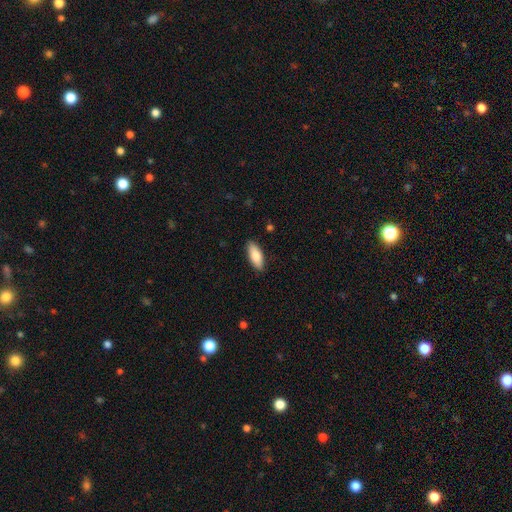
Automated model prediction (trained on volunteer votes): Q: Smooth or featured?
A: smooth (86%); runner-up: featured or disk (9%)
Q: How rounded?
A: in between (78%); runner-up: cigar-shaped (20%)
Q: Merging?
A: none (87%); runner-up: minor disturbance (10%)